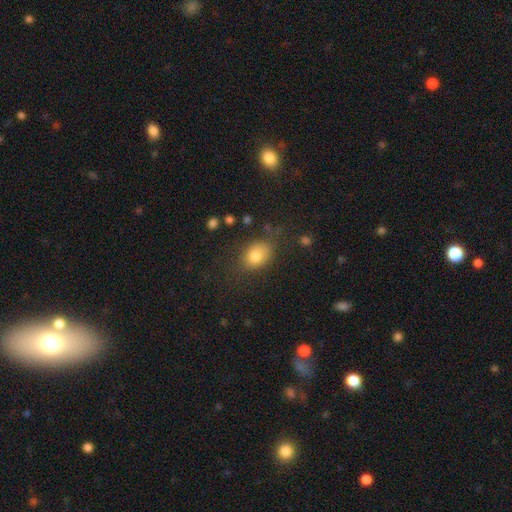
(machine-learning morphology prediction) Smooth or featured? Predicted: smooth (p=0.79). How rounded? Predicted: in between (p=0.67). Merging? Predicted: none (p=0.73).